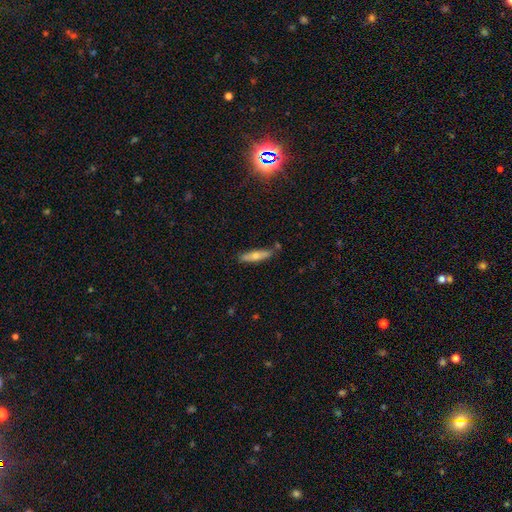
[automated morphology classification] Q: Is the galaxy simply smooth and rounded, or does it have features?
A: smooth — 60%.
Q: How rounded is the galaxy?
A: cigar-shaped — 77%.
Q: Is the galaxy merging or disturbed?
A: none — 80%.